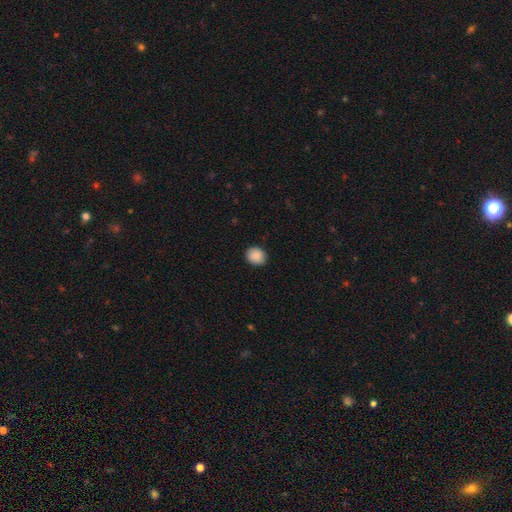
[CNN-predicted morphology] Overall: smooth (89%). How rounded: round (68%; in between 31%). Merging: none (89%).